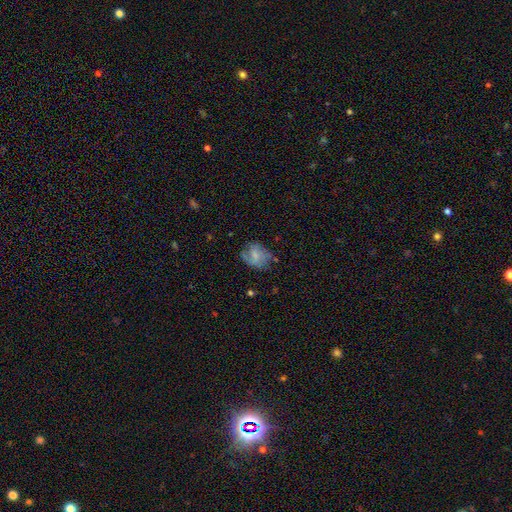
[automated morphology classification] smooth-or-featured: smooth: 51% | featured or disk: 40% | star or artifact: 9%
  how-rounded: in between: 54% | round: 45% | cigar-shaped: 1%
  merging: none: 54% | minor disturbance: 28% | major disturbance: 15% | merger: 2%